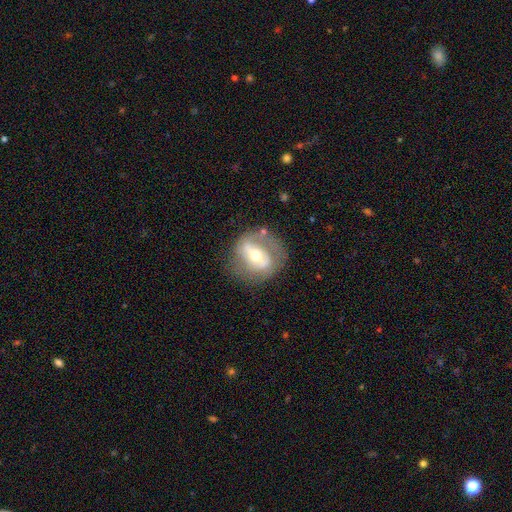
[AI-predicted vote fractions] Q: Smooth or featured?
A: featured or disk (71%); runner-up: smooth (23%)
Q: Edge-on disk?
A: no (94%); runner-up: yes (6%)
Q: Bar?
A: strong (45%); runner-up: weak (32%)
Q: Spiral arms?
A: yes (64%); runner-up: no (36%)
Q: Bulge size?
A: moderate (62%); runner-up: small (30%)
Q: Merging?
A: none (66%); runner-up: minor disturbance (18%)